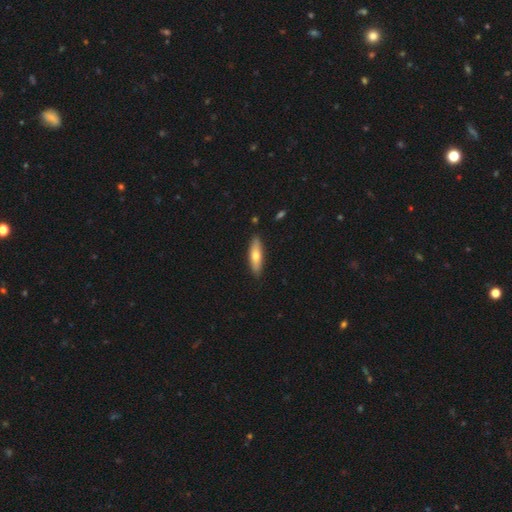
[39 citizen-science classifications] Smooth or featured? 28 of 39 (72%) said smooth. How rounded? 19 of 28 (68%) said cigar-shaped. Merging? 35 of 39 (90%) said none.